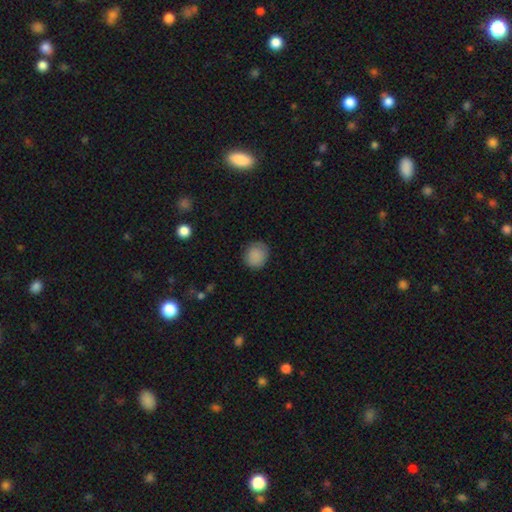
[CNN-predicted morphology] smooth_or_featured: smooth (p=0.87) [alt: star or artifact p=0.08]
how_rounded: round (p=0.82) [alt: in between p=0.17]
merging: none (p=0.81) [alt: minor disturbance p=0.14]